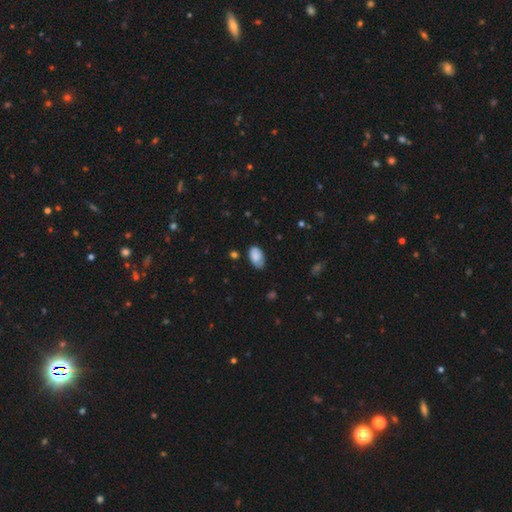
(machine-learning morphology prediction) Overall: smooth (82%). How rounded: in between (94%). Merging: none (63%; minor disturbance 30%).